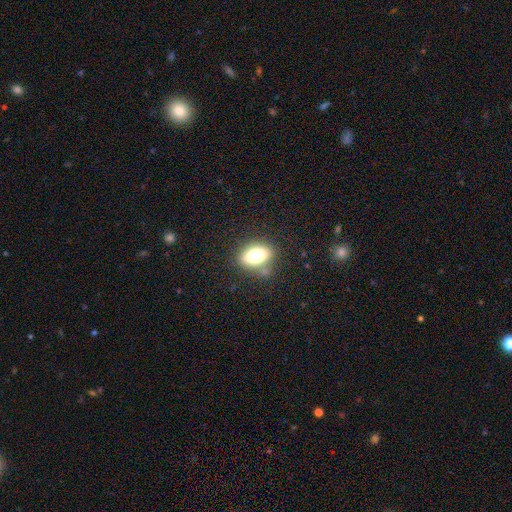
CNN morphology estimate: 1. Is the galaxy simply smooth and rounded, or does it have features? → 76% smooth, 15% featured or disk, 10% star or artifact.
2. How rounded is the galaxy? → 83% in between, 13% round, 4% cigar-shaped.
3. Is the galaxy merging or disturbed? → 75% none, 16% minor disturbance, 5% major disturbance, 4% merger.